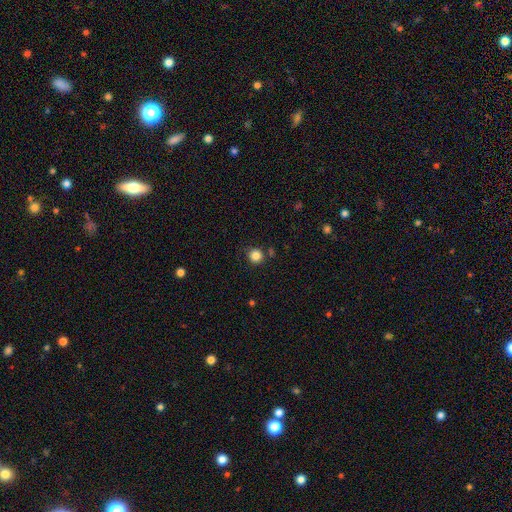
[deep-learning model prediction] This appears to be a smooth galaxy with no disk features (84%) that is round (93%). Merging: none (84%).